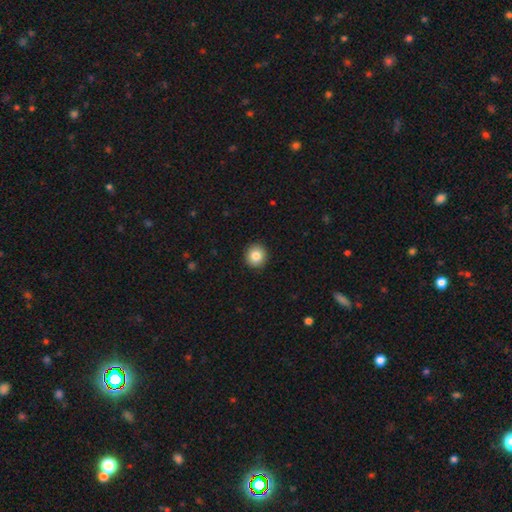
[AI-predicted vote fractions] Smooth or featured: smooth — 84% (star or artifact — 9%)
How rounded: round — 91% (in between — 8%)
Merging: none — 93% (minor disturbance — 5%)